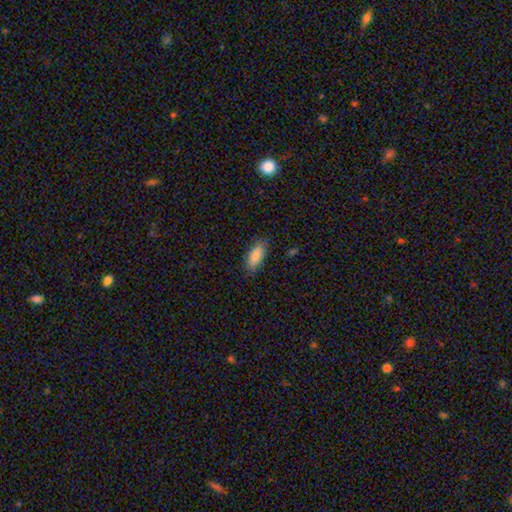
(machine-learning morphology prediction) This is clearly a smooth galaxy (86%). How rounded: likely in between (75%). Merging: clearly none (86%).